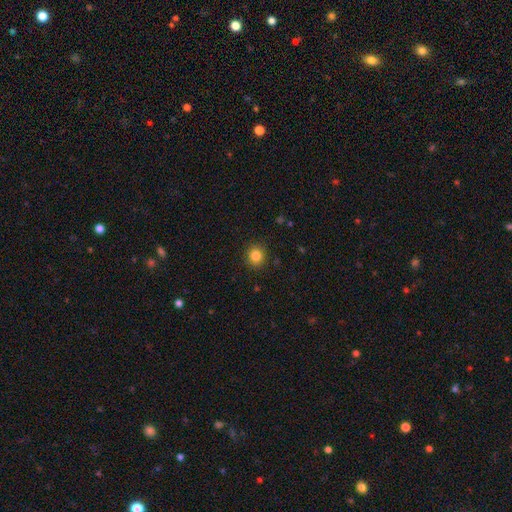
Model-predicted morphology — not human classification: This is clearly a smooth galaxy (84%). How rounded: clearly round (88%). Merging: clearly none (91%).